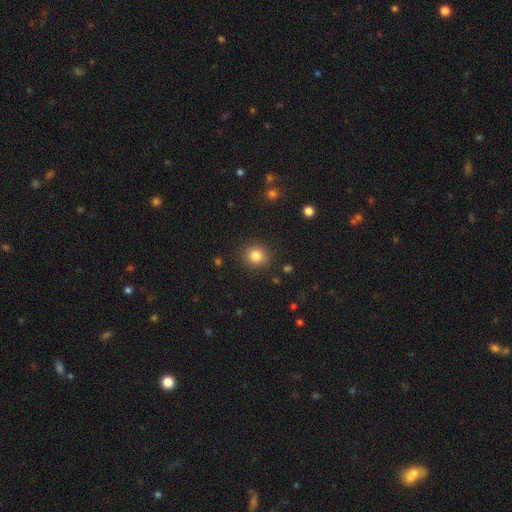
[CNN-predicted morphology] smooth-or-featured: smooth: 83% | star or artifact: 11% | featured or disk: 6%
  how-rounded: round: 81% | in between: 18% | cigar-shaped: 1%
  merging: none: 88% | minor disturbance: 8% | major disturbance: 3% | merger: 1%